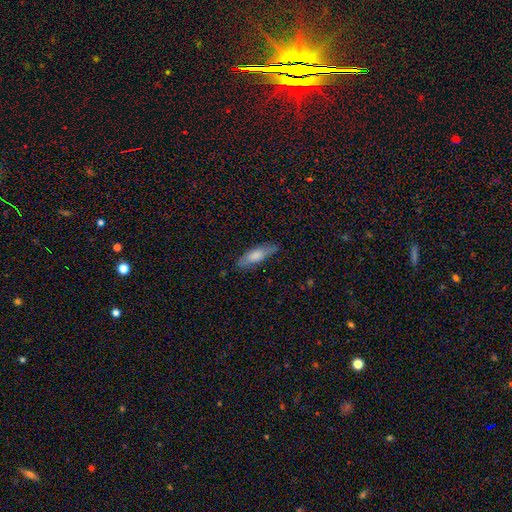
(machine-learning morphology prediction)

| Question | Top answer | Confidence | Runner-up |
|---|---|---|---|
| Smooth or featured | smooth | 73% | featured or disk (21%) |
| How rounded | cigar-shaped | 50% | in between (48%) |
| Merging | none | 81% | minor disturbance (15%) |